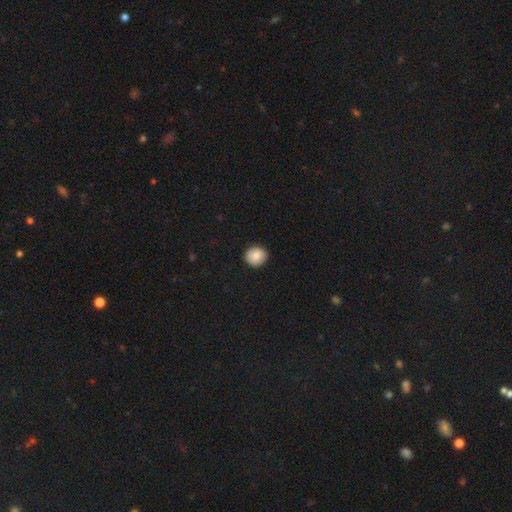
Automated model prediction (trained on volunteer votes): Q: Smooth or featured?
A: smooth (84%); runner-up: star or artifact (8%)
Q: How rounded?
A: round (90%); runner-up: in between (9%)
Q: Merging?
A: none (91%); runner-up: minor disturbance (7%)